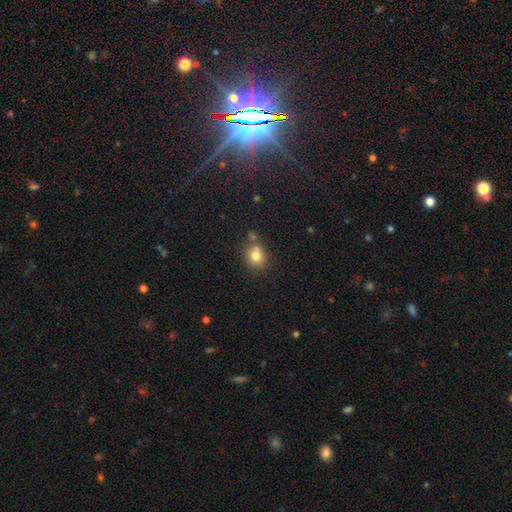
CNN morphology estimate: smooth_or_featured: smooth (p=0.78) [alt: star or artifact p=0.12]
how_rounded: round (p=0.76) [alt: in between p=0.23]
merging: none (p=0.64) [alt: merger p=0.19]